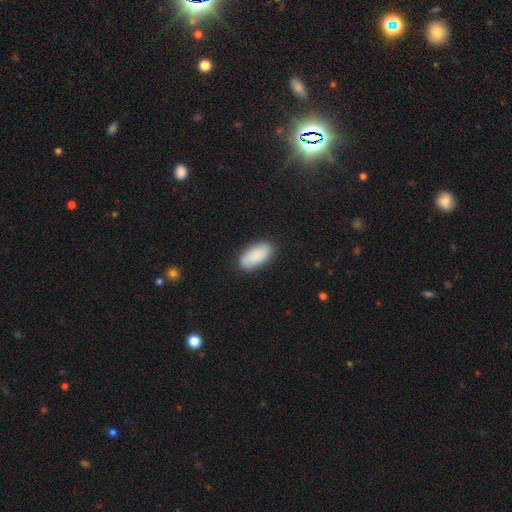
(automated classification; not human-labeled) smooth 85%, featured or disk 9%, star or artifact 6%. Down the decision tree: how rounded — in between (93%); merging — none (86%).